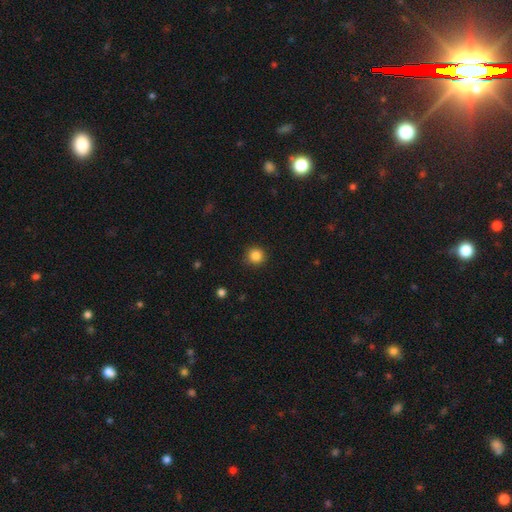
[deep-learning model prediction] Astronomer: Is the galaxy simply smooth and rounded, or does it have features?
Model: smooth — 86%.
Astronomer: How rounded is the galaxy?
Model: round — 94%.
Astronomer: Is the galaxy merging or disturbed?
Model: none — 91%.